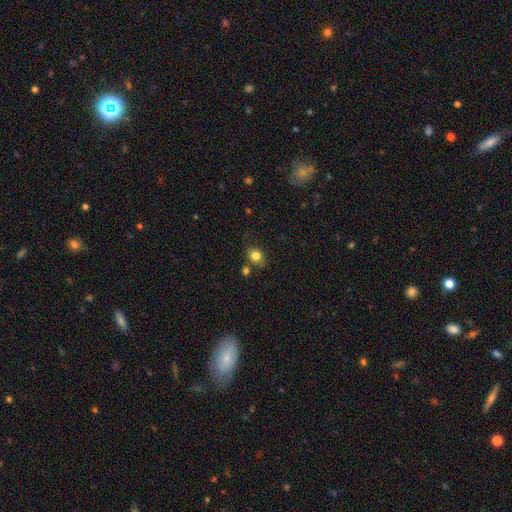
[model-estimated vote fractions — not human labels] smooth 82%, star or artifact 11%, featured or disk 7%. Down the decision tree: how rounded — round (65%); merging — none (72%).